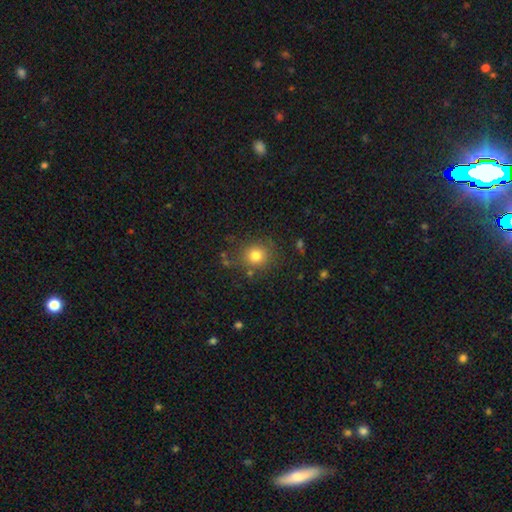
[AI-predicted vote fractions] This is likely a smooth galaxy (79%). How rounded: clearly round (86%). Merging: clearly none (81%).